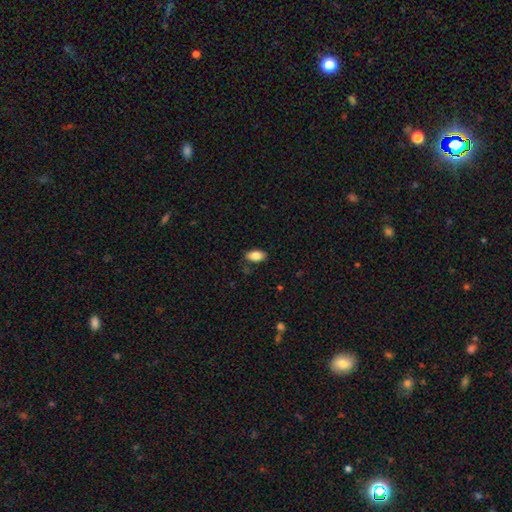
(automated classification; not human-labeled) smooth-or-featured: smooth: 85% | featured or disk: 7% | star or artifact: 7%
  how-rounded: in between: 93% | round: 4% | cigar-shaped: 3%
  merging: none: 86% | minor disturbance: 11% | major disturbance: 2% | merger: 1%